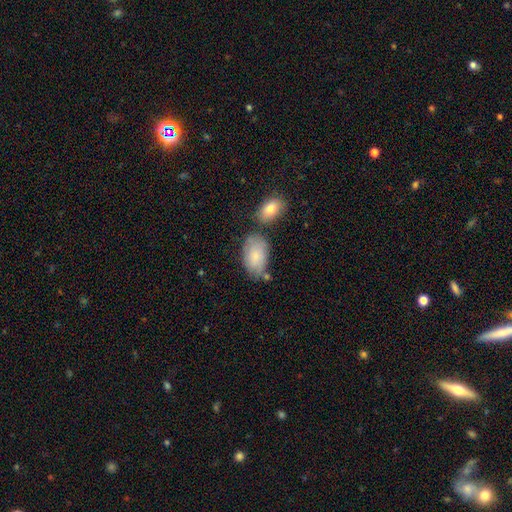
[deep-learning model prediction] Smooth or featured?
  - smooth: 78% *
  - featured or disk: 15%
  - star or artifact: 6%
How rounded?
  - in between: 93% *
  - round: 6%
  - cigar-shaped: 1%
Merging?
  - none: 54% *
  - minor disturbance: 24%
  - merger: 15%
  - major disturbance: 6%